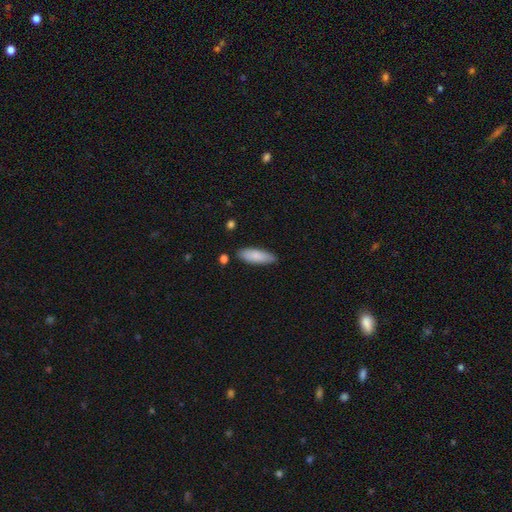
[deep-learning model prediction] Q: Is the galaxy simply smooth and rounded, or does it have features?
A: smooth — 85%.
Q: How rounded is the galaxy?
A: in between — 61%.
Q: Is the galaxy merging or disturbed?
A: none — 81%.